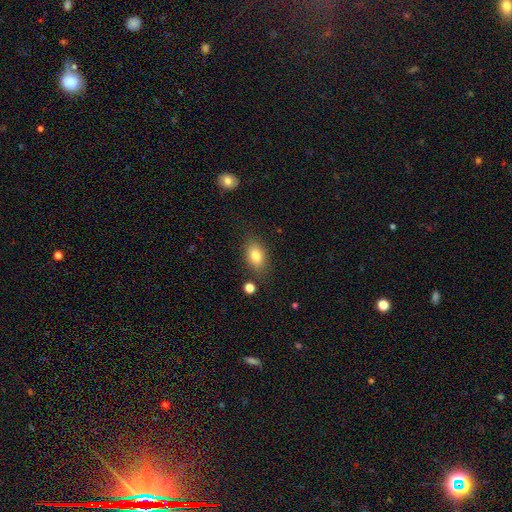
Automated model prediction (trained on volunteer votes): Q: Smooth or featured?
A: smooth (80%); runner-up: featured or disk (11%)
Q: How rounded?
A: in between (81%); runner-up: round (17%)
Q: Merging?
A: none (79%); runner-up: minor disturbance (13%)